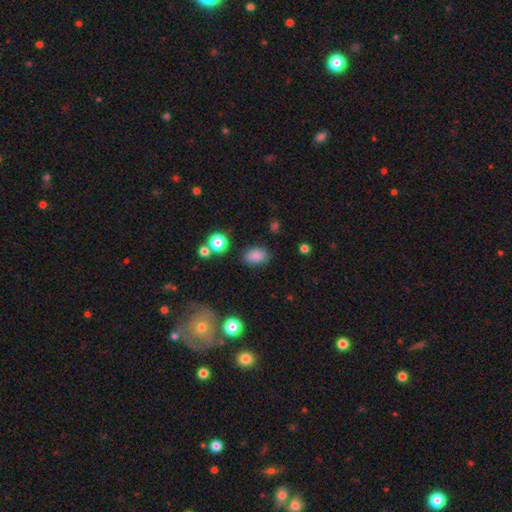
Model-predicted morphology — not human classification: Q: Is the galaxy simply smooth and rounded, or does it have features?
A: smooth — 84%.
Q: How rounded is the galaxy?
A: in between — 84%.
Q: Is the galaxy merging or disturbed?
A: none — 80%.